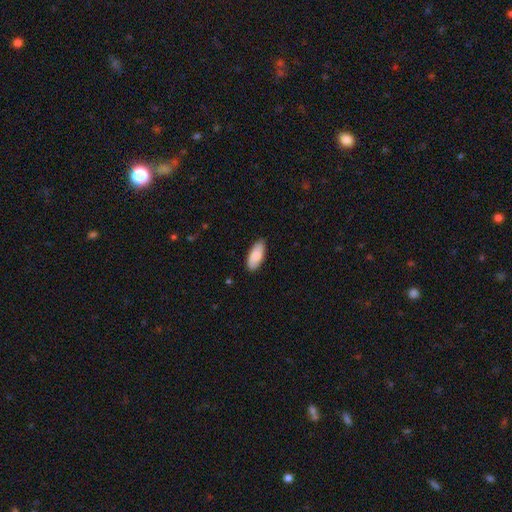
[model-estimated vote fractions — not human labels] smooth-or-featured: smooth: 83% | featured or disk: 11% | star or artifact: 6%
  how-rounded: in between: 87% | cigar-shaped: 11% | round: 2%
  merging: none: 86% | minor disturbance: 11% | major disturbance: 2% | merger: 1%